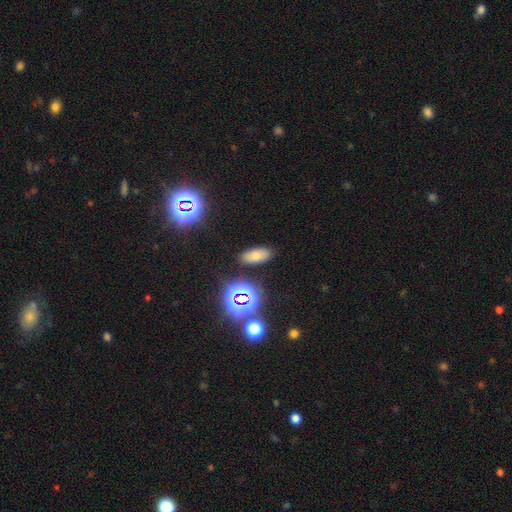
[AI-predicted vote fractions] Smooth or featured: smooth — 66% (star or artifact — 23%)
How rounded: in between — 85% (cigar-shaped — 9%)
Merging: none — 86% (minor disturbance — 9%)